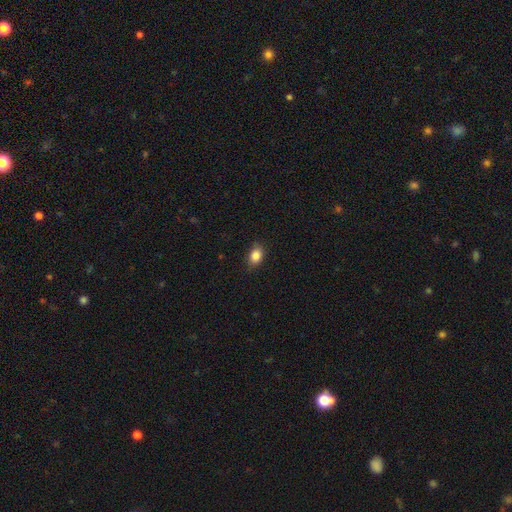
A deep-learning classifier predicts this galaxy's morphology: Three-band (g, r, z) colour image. It shows a smooth galaxy with no disk features (86%) that is in between round and cigar-shaped (72%). Merging: none (78%).